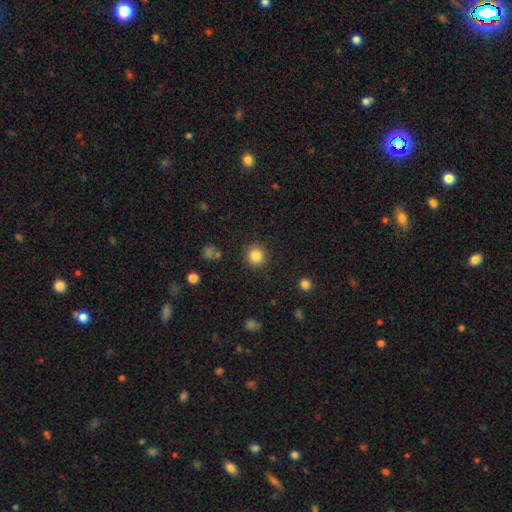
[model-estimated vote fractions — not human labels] Overall: smooth (85%). How rounded: round (93%). Merging: none (90%).